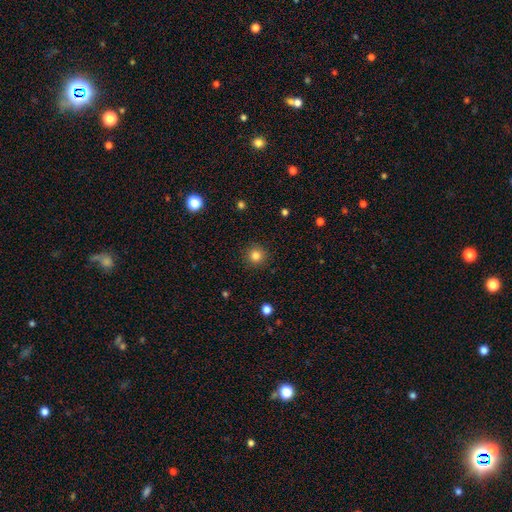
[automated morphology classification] smooth 82%, star or artifact 12%, featured or disk 5%. Down the decision tree: how rounded — round (95%); merging — none (91%).